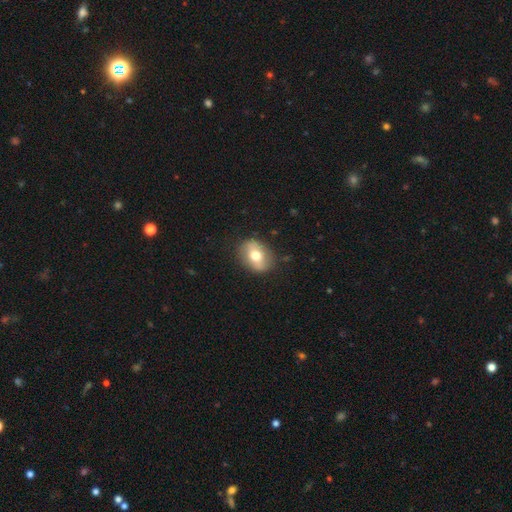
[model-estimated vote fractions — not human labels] smooth_or_featured: smooth (p=0.62) [alt: featured or disk p=0.31]
how_rounded: in between (p=0.67) [alt: round p=0.31]
merging: none (p=0.83) [alt: minor disturbance p=0.12]